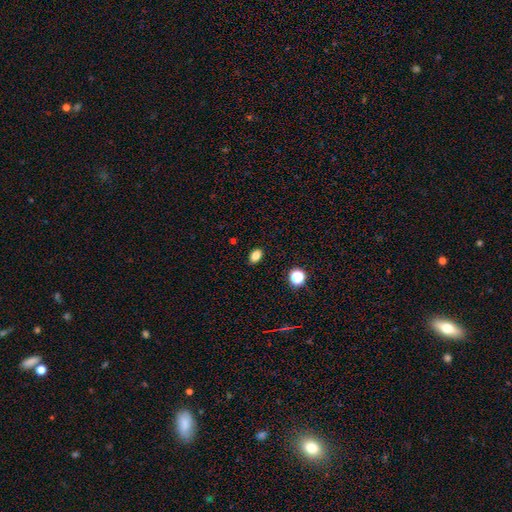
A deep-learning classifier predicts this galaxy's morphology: smooth_or_featured: smooth (p=0.82) [alt: star or artifact p=0.12]
how_rounded: in between (p=0.79) [alt: round p=0.19]
merging: none (p=0.88) [alt: minor disturbance p=0.08]